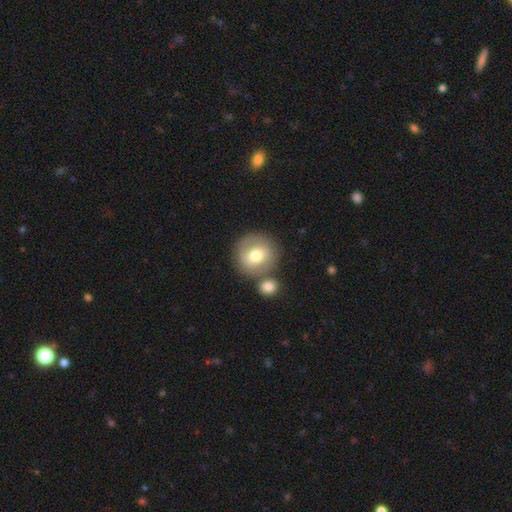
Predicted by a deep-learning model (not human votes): Overall: smooth (62%; featured or disk 31%). How rounded: round (91%). Merging: none (64%).